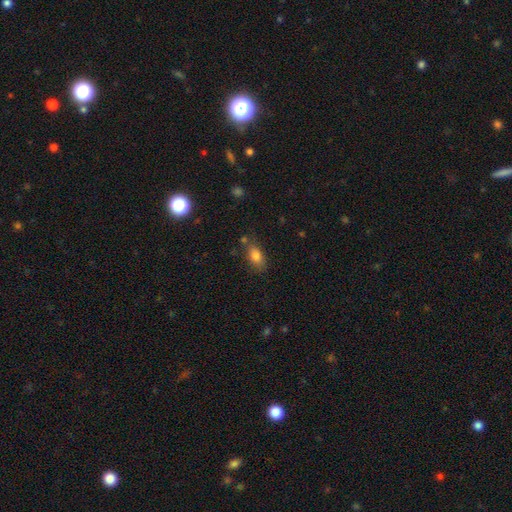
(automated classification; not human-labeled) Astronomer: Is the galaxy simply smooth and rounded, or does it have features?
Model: smooth — 81%.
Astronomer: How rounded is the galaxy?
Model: in between — 85%.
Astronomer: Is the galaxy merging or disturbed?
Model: none — 71%.